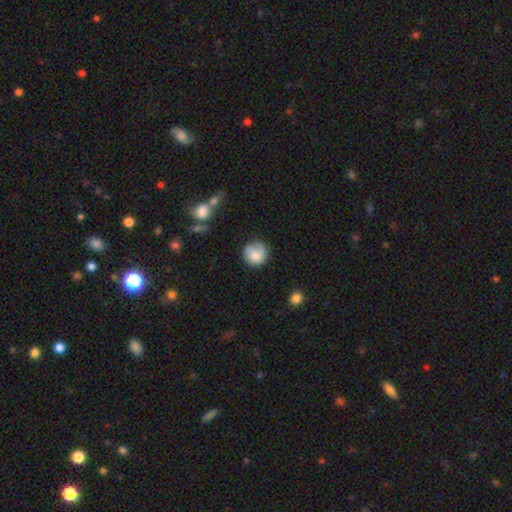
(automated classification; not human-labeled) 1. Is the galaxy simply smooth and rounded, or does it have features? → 81% smooth, 11% featured or disk, 8% star or artifact.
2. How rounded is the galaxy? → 91% round, 8% in between, 1% cigar-shaped.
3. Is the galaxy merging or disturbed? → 73% none, 20% minor disturbance, 5% major disturbance, 2% merger.